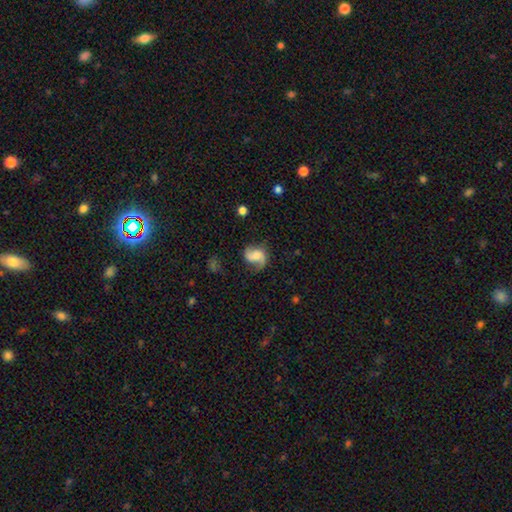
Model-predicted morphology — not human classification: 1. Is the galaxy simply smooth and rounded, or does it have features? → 71% featured or disk, 22% smooth, 7% star or artifact.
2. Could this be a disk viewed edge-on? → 98% no, 2% yes.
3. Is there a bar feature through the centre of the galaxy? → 53% no, 37% weak, 10% strong.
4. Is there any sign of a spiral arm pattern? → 94% yes, 6% no.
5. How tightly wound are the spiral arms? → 48% loose, 39% medium, 13% tight.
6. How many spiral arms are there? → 79% 2, 14% 1, 4% can't tell, 1% 3, 1% 4, 1% more than 4.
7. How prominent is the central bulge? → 43% moderate, 38% small, 11% none, 7% large, 2% dominant.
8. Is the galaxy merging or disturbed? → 62% none, 23% minor disturbance, 13% major disturbance, 2% merger.